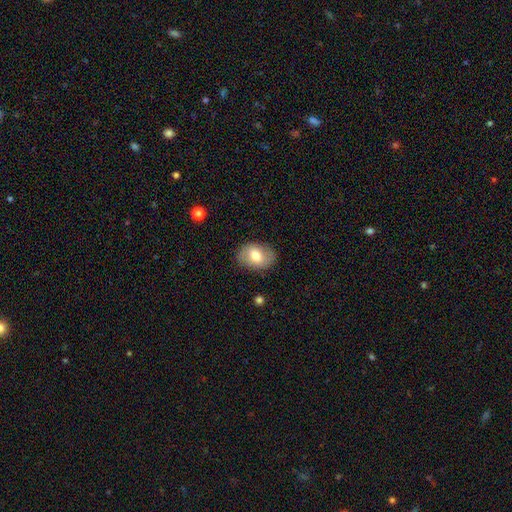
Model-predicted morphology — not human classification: Overall: smooth (66%). How rounded: in between (76%). Merging: none (82%).